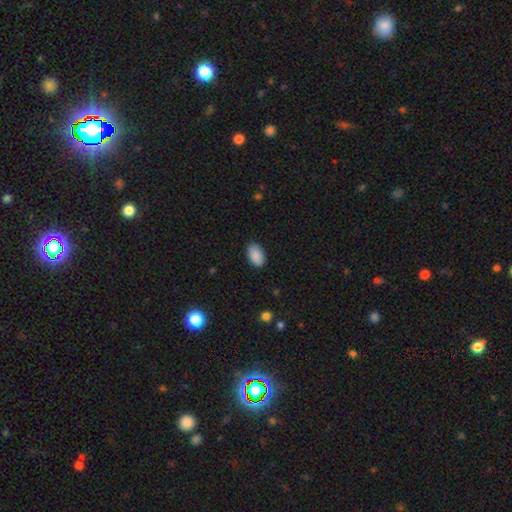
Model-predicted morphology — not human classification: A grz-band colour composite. It shows a smooth galaxy with no disk features (89%) that is in between round and cigar-shaped (94%). Merging: none (84%).